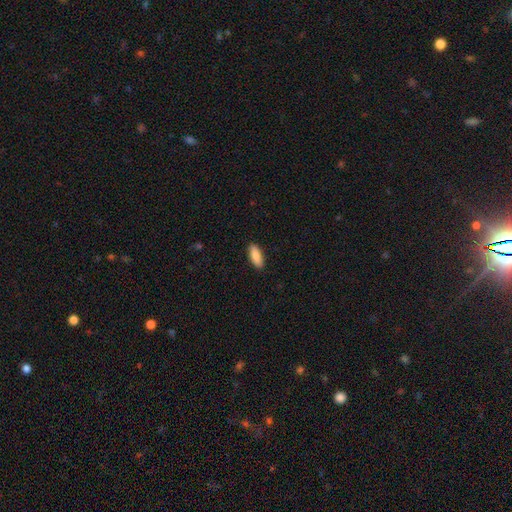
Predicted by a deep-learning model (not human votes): This appears to be a smooth galaxy with no disk features (88%) that is in between round and cigar-shaped (75%). Merging: none (90%).